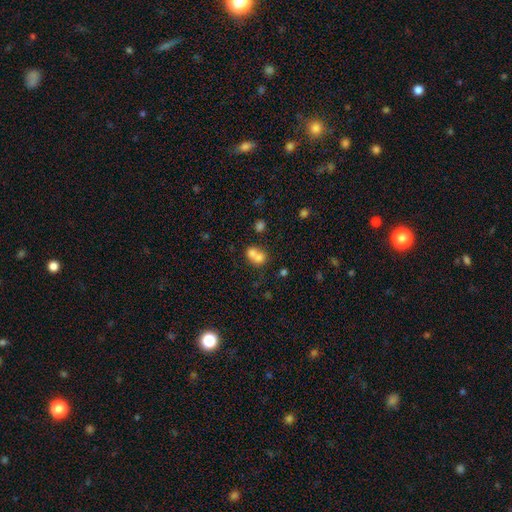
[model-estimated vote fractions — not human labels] Smooth or featured: smooth — 71% (featured or disk — 18%)
How rounded: round — 64% (in between — 35%)
Merging: merger — 67% (none — 24%)